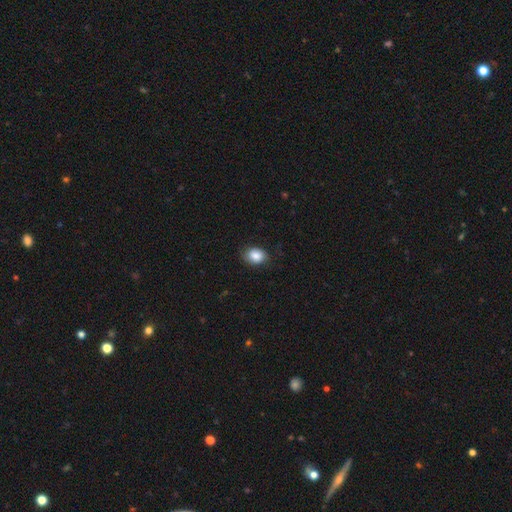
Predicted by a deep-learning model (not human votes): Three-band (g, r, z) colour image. It shows a smooth galaxy with no disk features (86%) that is in between round and cigar-shaped (64%). Merging: none (79%).